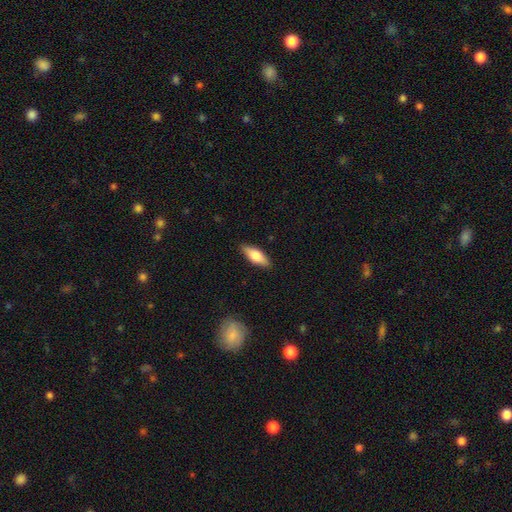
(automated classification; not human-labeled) Smooth or featured? Predicted: smooth (p=0.67). How rounded? Predicted: in between (p=0.69). Merging? Predicted: none (p=0.88).